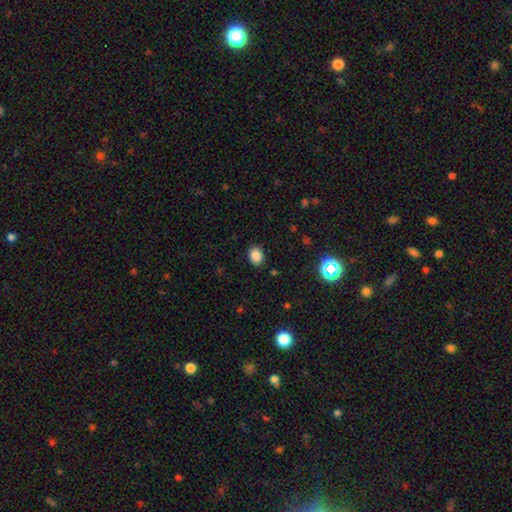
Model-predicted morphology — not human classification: Smooth or featured? Predicted: smooth (p=0.85). How rounded? Predicted: in between (p=0.60). Merging? Predicted: none (p=0.88).